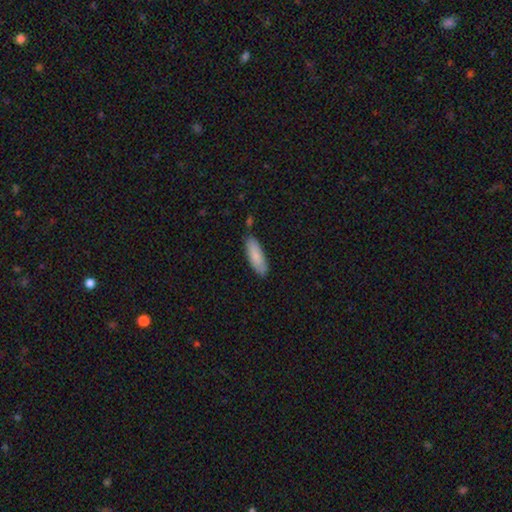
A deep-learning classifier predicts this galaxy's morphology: The model was most divided on "how rounded": in between: 56%, cigar-shaped: 43%, round: 1%. More confident: smooth or featured — smooth (85%); merging — none (80%).